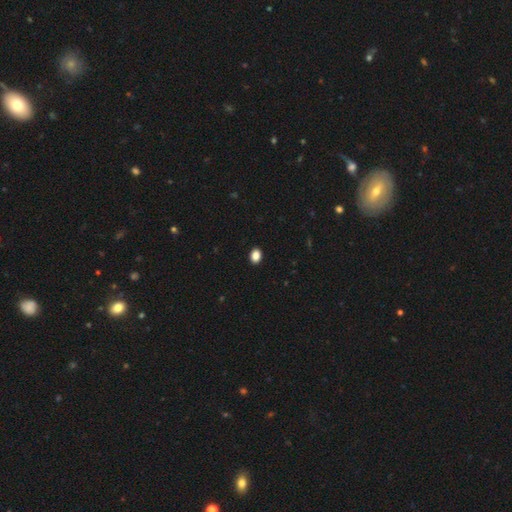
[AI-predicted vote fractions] smooth 88%, star or artifact 10%, featured or disk 3%. Down the decision tree: how rounded — in between (67%); merging — none (92%).